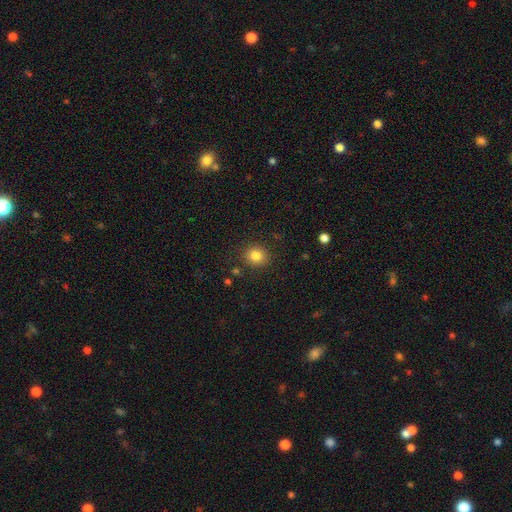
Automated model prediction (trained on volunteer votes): Smooth or featured: smooth — 83% (star or artifact — 11%)
How rounded: round — 81% (in between — 18%)
Merging: none — 88% (minor disturbance — 8%)